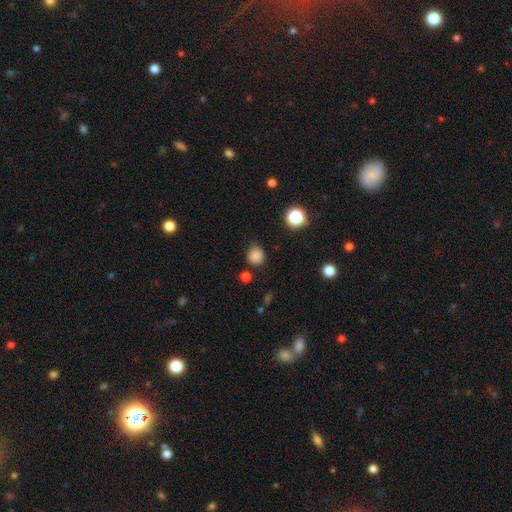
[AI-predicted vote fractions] The model was most divided on "merging": none: 78%, minor disturbance: 15%, merger: 4%, major disturbance: 3%. More confident: how rounded — round (85%); smooth or featured — smooth (83%).